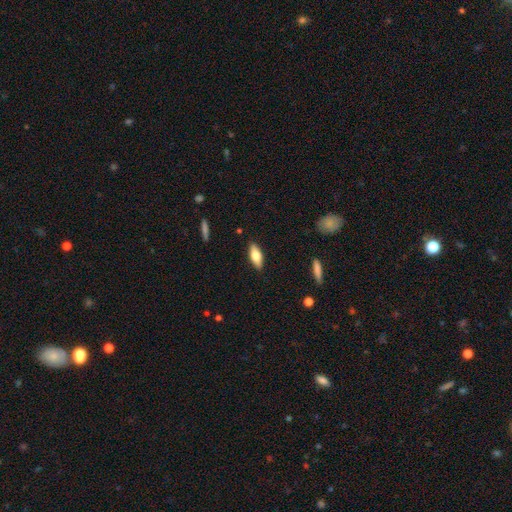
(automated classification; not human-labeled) Smooth or featured? Predicted: smooth (p=0.70). How rounded? Predicted: in between (p=0.75). Merging? Predicted: none (p=0.88).